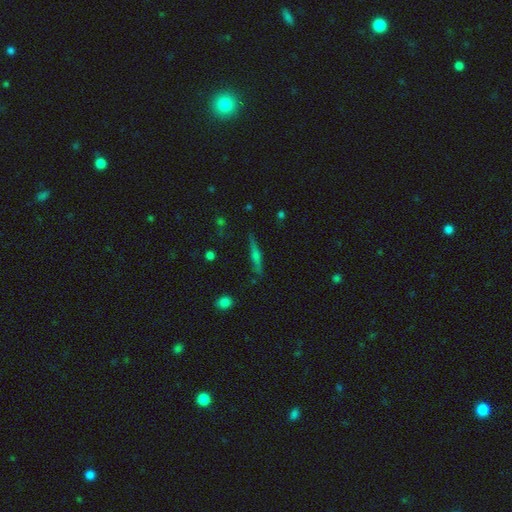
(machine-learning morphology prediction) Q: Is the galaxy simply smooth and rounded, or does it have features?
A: featured or disk — 58%.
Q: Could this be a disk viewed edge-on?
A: yes — 96%.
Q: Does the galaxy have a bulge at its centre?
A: rounded — 75%.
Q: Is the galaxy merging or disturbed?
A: none — 86%.